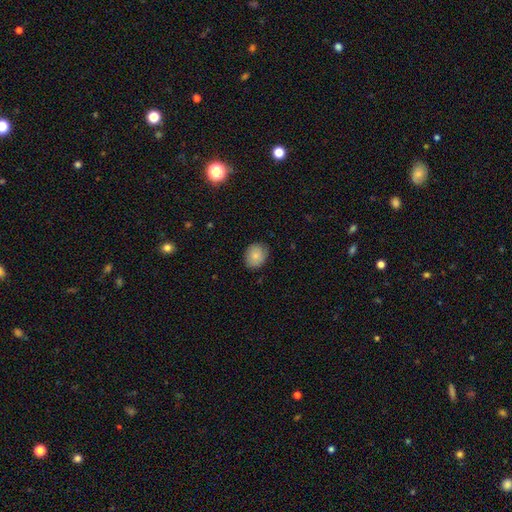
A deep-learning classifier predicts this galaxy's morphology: smooth-or-featured: smooth: 84% | featured or disk: 8% | star or artifact: 8%
  how-rounded: round: 56% | in between: 43% | cigar-shaped: 1%
  merging: none: 84% | minor disturbance: 13% | major disturbance: 2% | merger: 1%